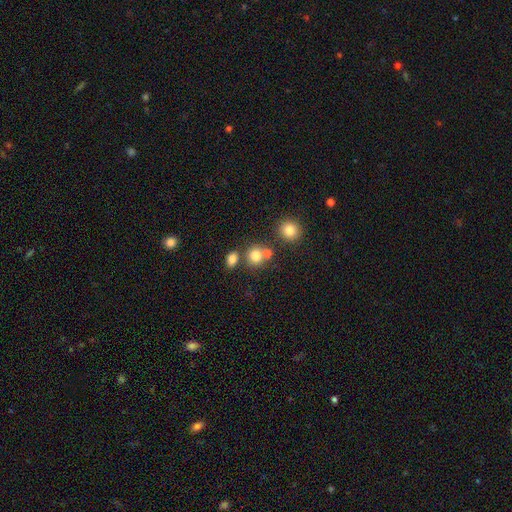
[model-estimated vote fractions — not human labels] smooth-or-featured: smooth: 78% | star or artifact: 13% | featured or disk: 8%
  how-rounded: round: 79% | in between: 20% | cigar-shaped: 1%
  merging: none: 58% | merger: 29% | minor disturbance: 9% | major disturbance: 4%